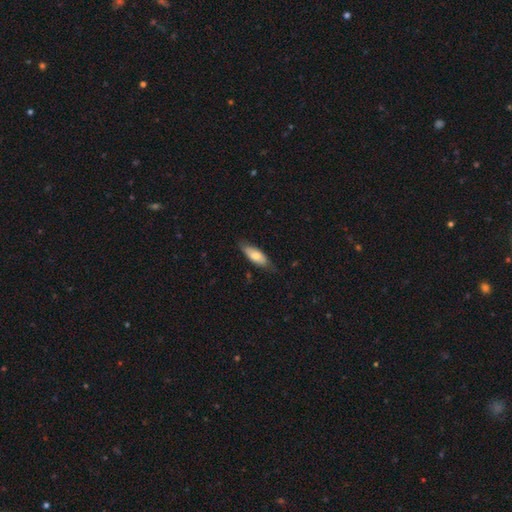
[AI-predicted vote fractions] Smooth or featured: smooth — 72% (featured or disk — 22%)
How rounded: in between — 70% (cigar-shaped — 28%)
Merging: none — 72% (minor disturbance — 23%)